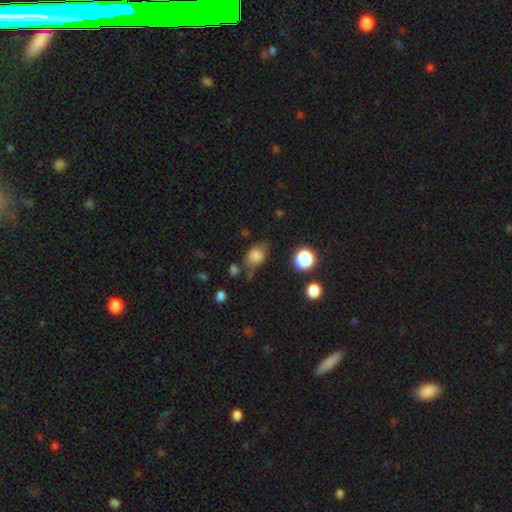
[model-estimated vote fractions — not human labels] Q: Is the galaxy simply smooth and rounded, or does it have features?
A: smooth — 81%.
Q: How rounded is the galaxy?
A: in between — 71%.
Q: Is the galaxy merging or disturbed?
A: none — 64%.